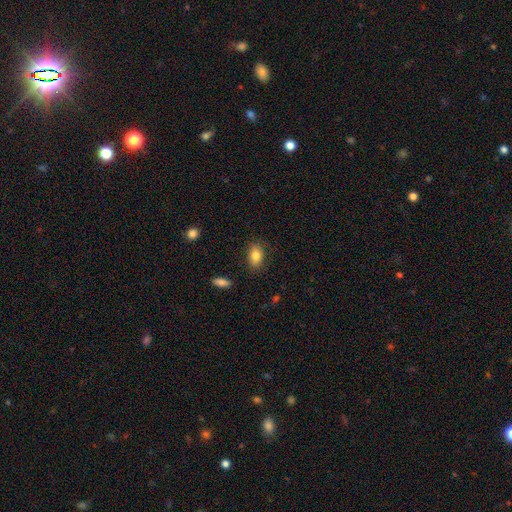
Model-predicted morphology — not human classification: Smooth or featured? Predicted: smooth (p=0.82). How rounded? Predicted: in between (p=0.85). Merging? Predicted: none (p=0.82).